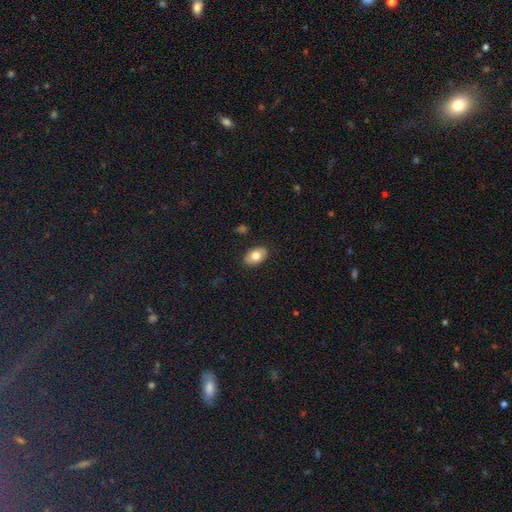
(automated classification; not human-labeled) This is likely a smooth galaxy (76%). How rounded: clearly in between (89%). Merging: clearly none (86%).